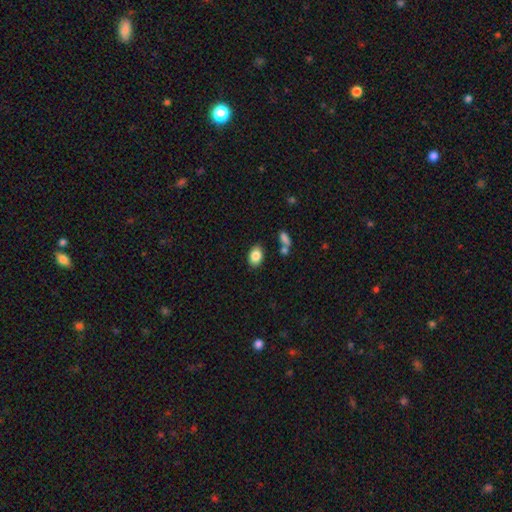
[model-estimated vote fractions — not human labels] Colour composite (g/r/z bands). It shows a smooth galaxy with no disk features (85%) that is in between round and cigar-shaped (82%). Merging: none (82%).